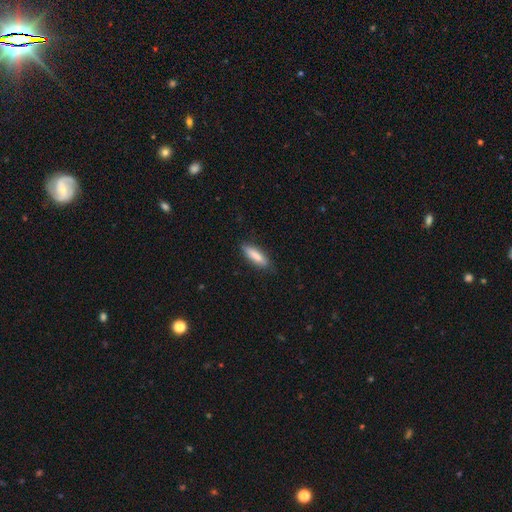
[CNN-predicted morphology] Overall: smooth (83%). How rounded: cigar-shaped (55%; in between 44%). Merging: none (83%).